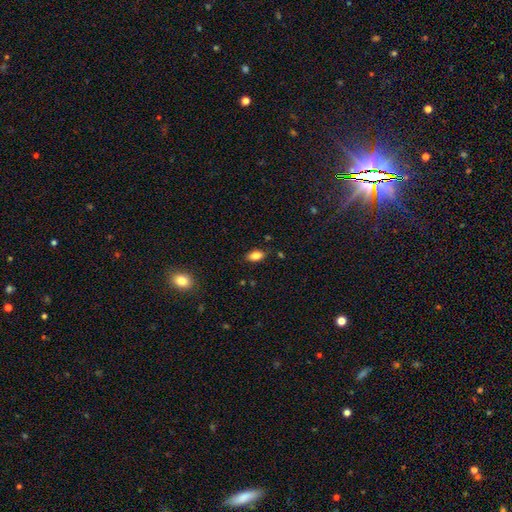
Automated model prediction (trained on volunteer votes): Smooth or featured: smooth — 82% (star or artifact — 9%)
How rounded: in between — 89% (round — 6%)
Merging: none — 83% (minor disturbance — 12%)